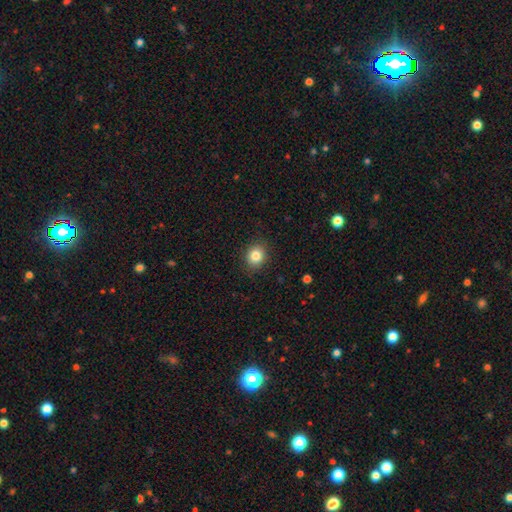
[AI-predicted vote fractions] This appears to be a smooth galaxy with no disk features (83%) that is round (69%). Merging: none (88%).